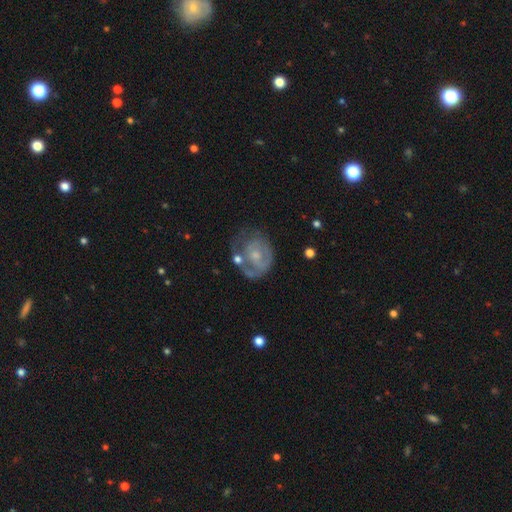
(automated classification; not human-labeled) Smooth or featured: featured or disk — 66% (smooth — 27%)
Edge-on disk: no — 97% (yes — 3%)
Bar: no — 74% (weak — 23%)
Spiral arms: yes — 60% (no — 40%)
Bulge size: small — 55% (moderate — 36%)
Merging: none — 43% (minor disturbance — 25%)